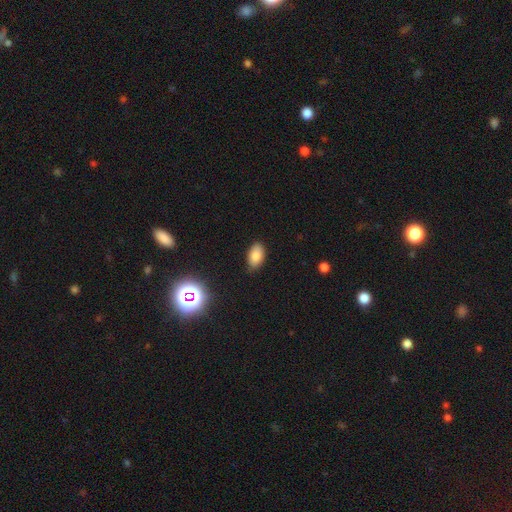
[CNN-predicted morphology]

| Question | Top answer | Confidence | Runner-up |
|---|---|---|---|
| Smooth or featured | smooth | 80% | star or artifact (12%) |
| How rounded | in between | 92% | round (6%) |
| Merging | none | 84% | minor disturbance (13%) |